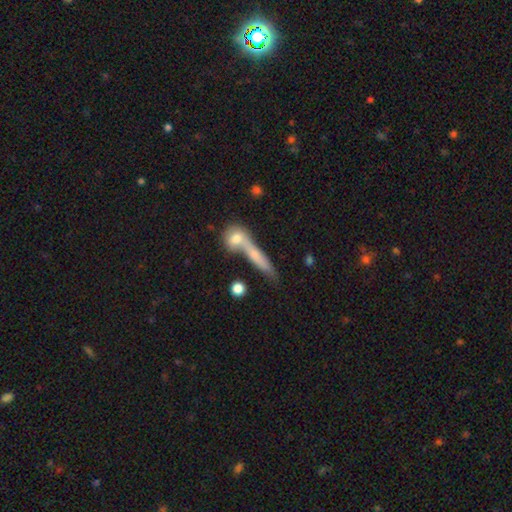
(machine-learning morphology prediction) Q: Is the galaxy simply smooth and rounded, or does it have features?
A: smooth — 64%.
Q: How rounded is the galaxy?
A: cigar-shaped — 70%.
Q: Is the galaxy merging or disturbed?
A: none — 43%.